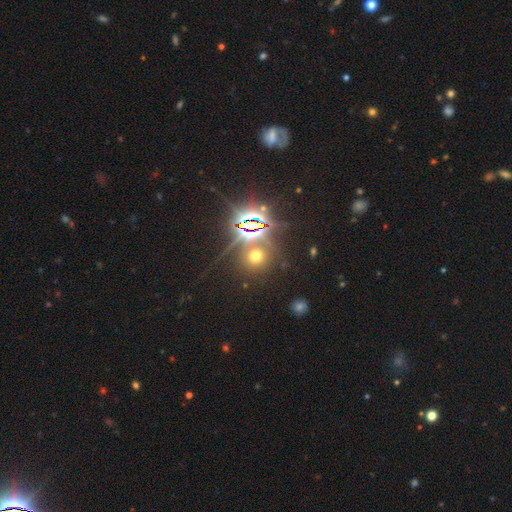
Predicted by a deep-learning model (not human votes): Q: Smooth or featured?
A: star or artifact (45%); runner-up: smooth (44%)